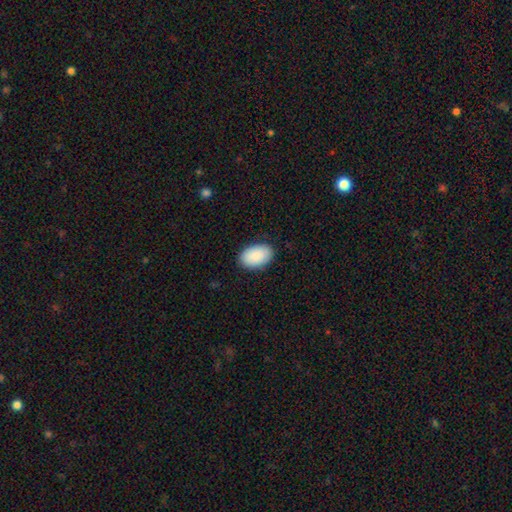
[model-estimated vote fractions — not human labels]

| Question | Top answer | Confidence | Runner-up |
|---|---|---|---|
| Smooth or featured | smooth | 91% | star or artifact (6%) |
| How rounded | in between | 93% | round (6%) |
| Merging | none | 87% | minor disturbance (10%) |